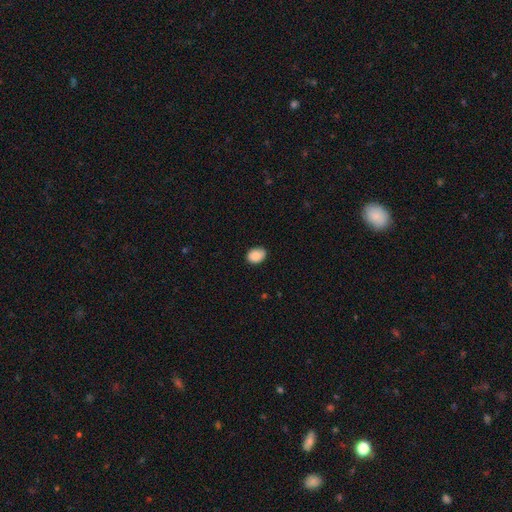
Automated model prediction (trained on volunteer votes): This is clearly a smooth galaxy (89%). How rounded: likely in between (64%). Merging: clearly none (82%).